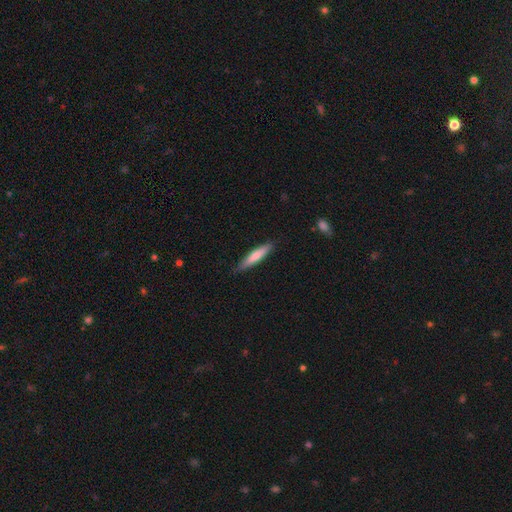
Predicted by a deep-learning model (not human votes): smooth 70%, featured or disk 25%, star or artifact 5%. Down the decision tree: how rounded — cigar-shaped (88%); merging — none (84%).